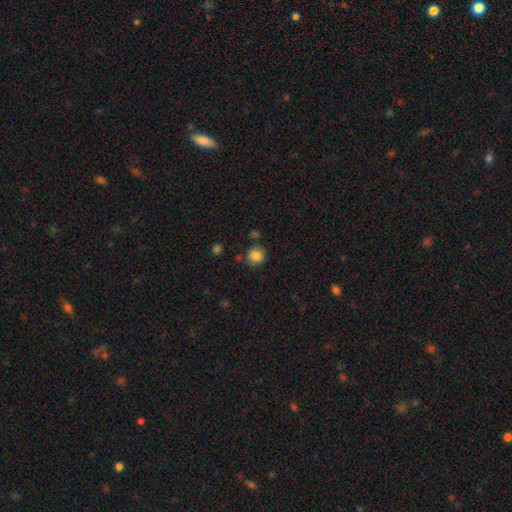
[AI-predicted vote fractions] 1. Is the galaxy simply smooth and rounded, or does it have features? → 86% smooth, 10% star or artifact, 4% featured or disk.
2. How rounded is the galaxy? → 88% round, 11% in between, 1% cigar-shaped.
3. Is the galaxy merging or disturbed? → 79% none, 12% minor disturbance, 5% merger, 3% major disturbance.